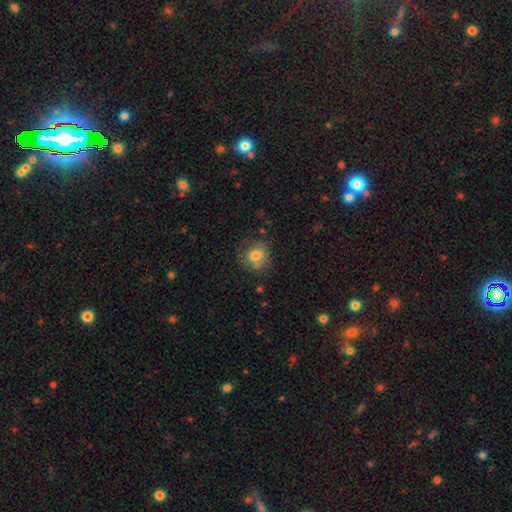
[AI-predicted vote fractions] smooth-or-featured: smooth: 65% | featured or disk: 26% | star or artifact: 9%
  how-rounded: round: 75% | in between: 24% | cigar-shaped: 1%
  merging: none: 60% | minor disturbance: 24% | major disturbance: 13% | merger: 3%